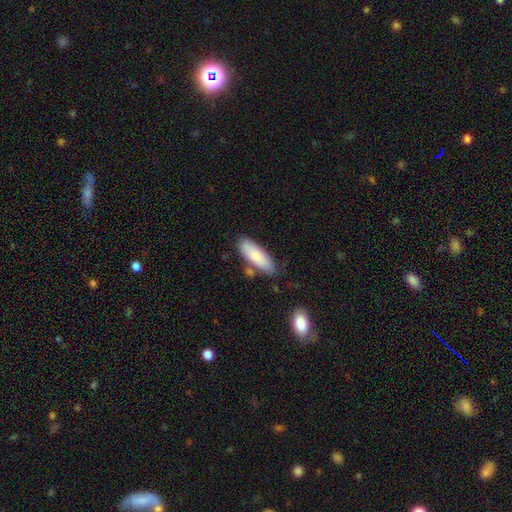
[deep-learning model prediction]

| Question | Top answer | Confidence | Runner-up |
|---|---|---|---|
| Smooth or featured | smooth | 83% | featured or disk (11%) |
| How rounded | in between | 60% | cigar-shaped (39%) |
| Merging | none | 75% | minor disturbance (15%) |